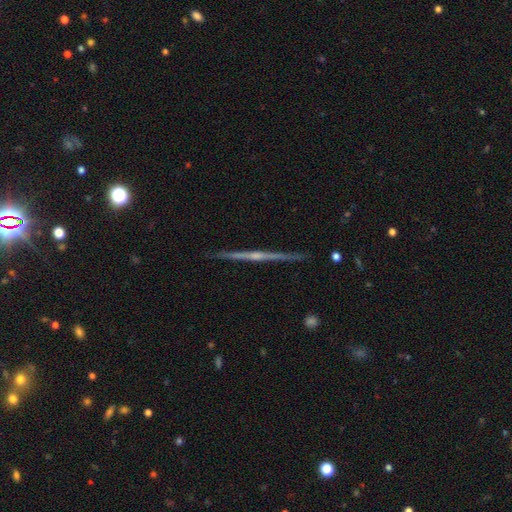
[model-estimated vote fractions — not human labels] Smooth or featured? Predicted: featured or disk (p=0.82). Edge-on disk? Predicted: yes (p=0.99). Edge-on bulge? Predicted: rounded (p=0.60). Merging? Predicted: none (p=0.92).